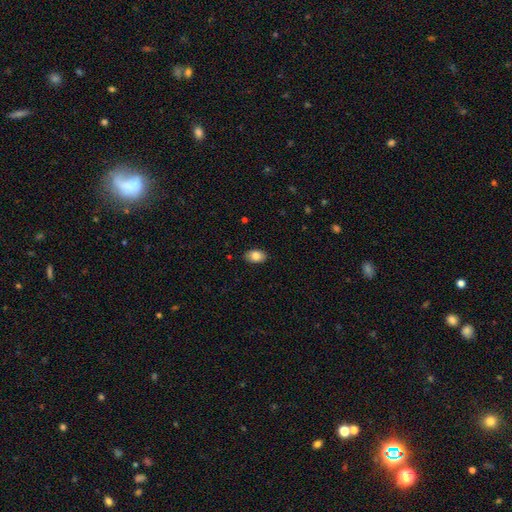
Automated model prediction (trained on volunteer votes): This appears to be a smooth galaxy with no disk features (85%) that is in between round and cigar-shaped (88%). Merging: none (87%).